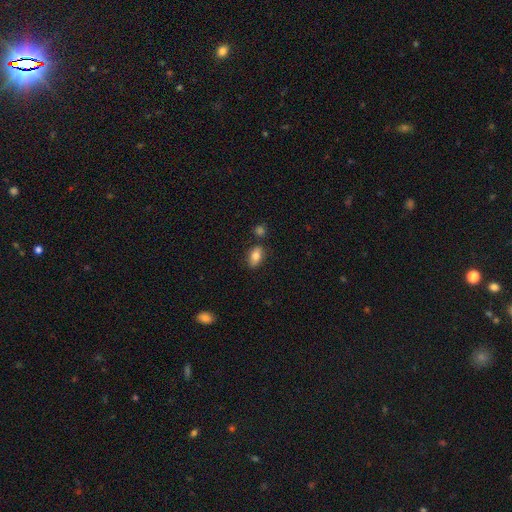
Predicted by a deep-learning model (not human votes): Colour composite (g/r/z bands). It shows a smooth galaxy with no disk features (79%) that is in between round and cigar-shaped (87%). Merging: none (79%).